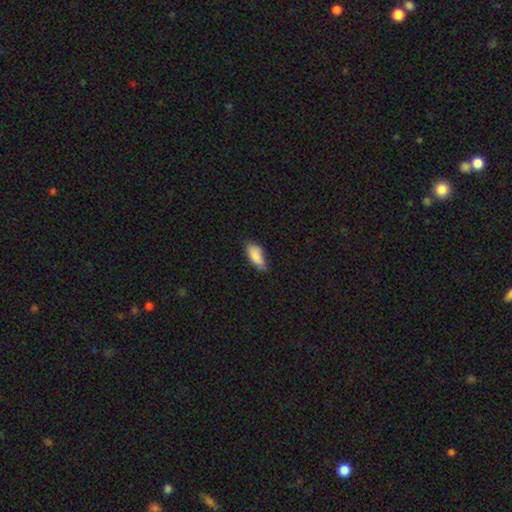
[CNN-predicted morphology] Smooth or featured: smooth — 87% (featured or disk — 7%)
How rounded: in between — 85% (cigar-shaped — 13%)
Merging: none — 64% (minor disturbance — 30%)